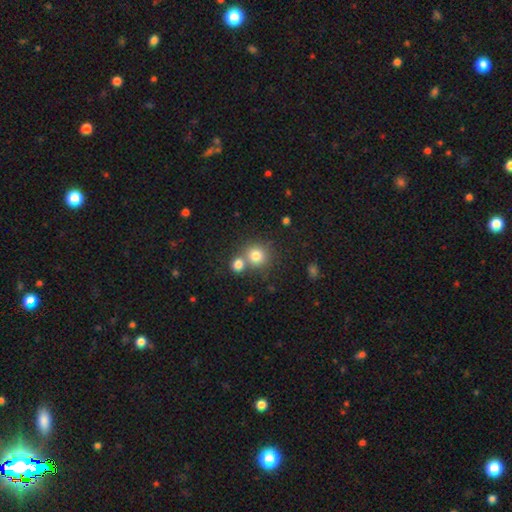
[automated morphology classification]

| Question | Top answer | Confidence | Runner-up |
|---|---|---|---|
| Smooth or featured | smooth | 79% | star or artifact (12%) |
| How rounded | round | 88% | in between (11%) |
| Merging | none | 56% | merger (34%) |